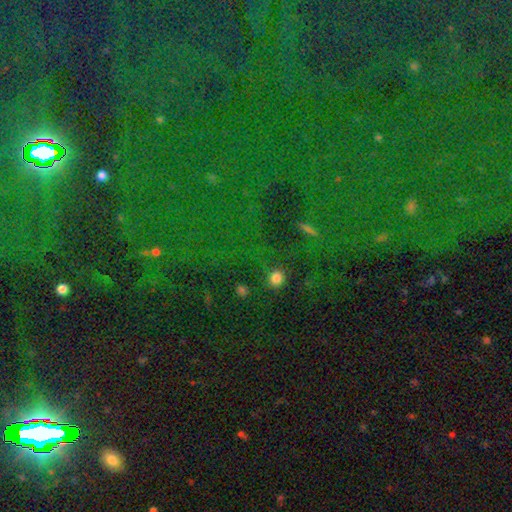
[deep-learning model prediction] A star or artifact, not a galaxy (76%).